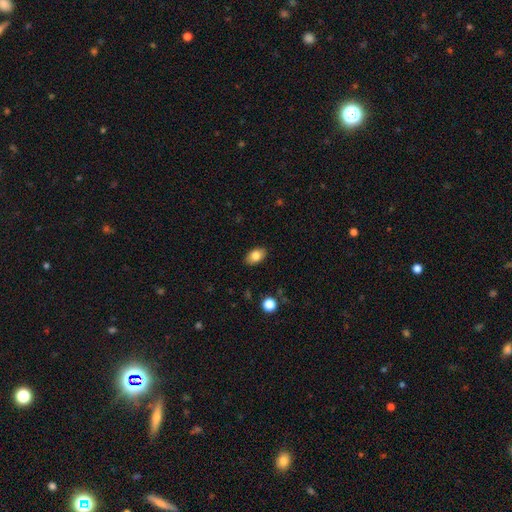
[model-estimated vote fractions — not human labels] Morphology: type=smooth (83%); roundness=in between (88%); merging=none (87%).